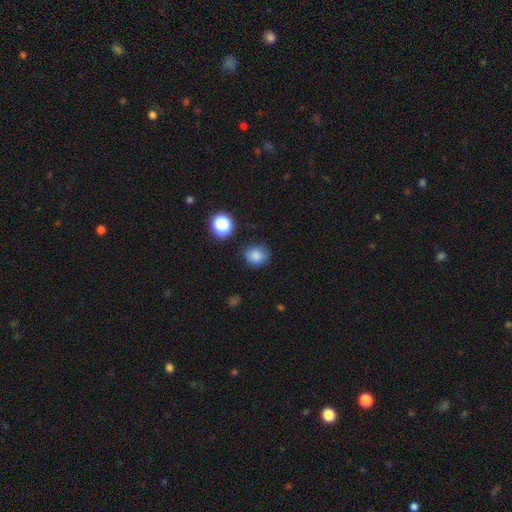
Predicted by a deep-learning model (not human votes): Overall: smooth (82%). How rounded: round (71%). Merging: none (77%).